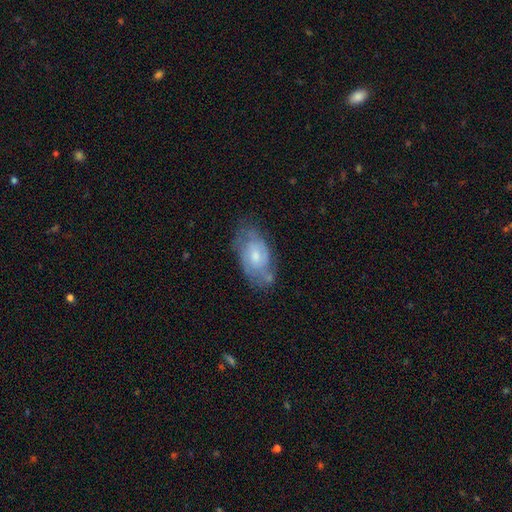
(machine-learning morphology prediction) A featured or disk galaxy (60%) with no bar (59%), spiral arms (72%) and a moderate central bulge (49%).

Vote fractions:
- Smooth or featured? featured or disk: 60% / smooth: 34% / star or artifact: 6%
- Edge-on disk? no: 94% / yes: 6%
- Bar? no: 59% / weak: 36% / strong: 5%
- Spiral arms? yes: 72% / no: 28%
- Bulge size? moderate: 49% / small: 41% / large: 4% / none: 4% / dominant: 1%
- Merging? none: 58% / minor disturbance: 27% / major disturbance: 10% / merger: 4%